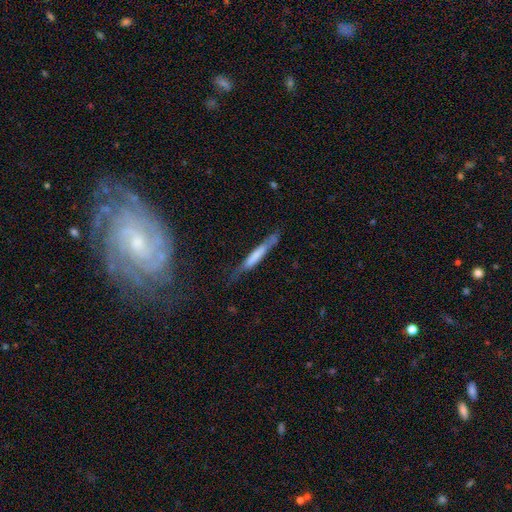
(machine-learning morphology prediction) A smooth galaxy with no disk features (56%) that is cigar-shaped (93%).

Vote fractions:
- Smooth or featured? smooth: 56% / featured or disk: 37% / star or artifact: 7%
- How rounded? cigar-shaped: 93% / in between: 5% / round: 1%
- Merging? none: 63% / minor disturbance: 25% / major disturbance: 9% / merger: 3%